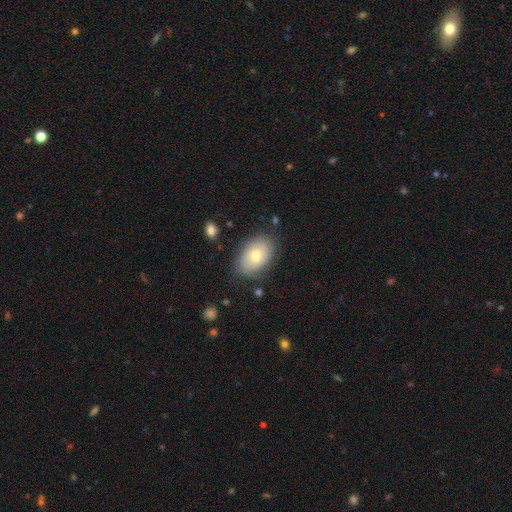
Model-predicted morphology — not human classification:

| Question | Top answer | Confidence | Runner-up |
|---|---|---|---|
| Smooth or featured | smooth | 61% | featured or disk (31%) |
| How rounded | in between | 86% | round (13%) |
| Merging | none | 75% | minor disturbance (19%) |